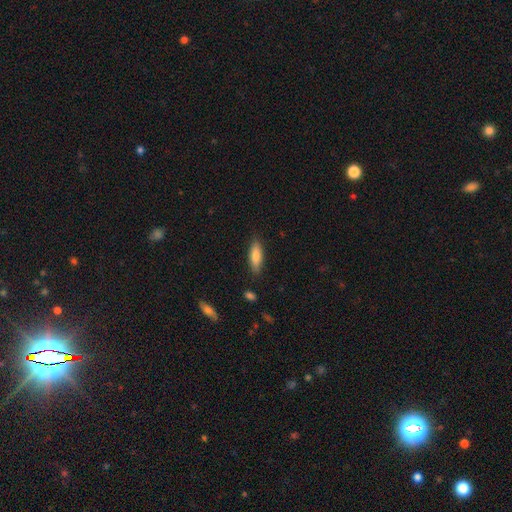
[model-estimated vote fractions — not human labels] smooth-or-featured: smooth: 80% | featured or disk: 13% | star or artifact: 6%
  how-rounded: in between: 50% | cigar-shaped: 48% | round: 2%
  merging: none: 85% | minor disturbance: 11% | major disturbance: 2% | merger: 2%